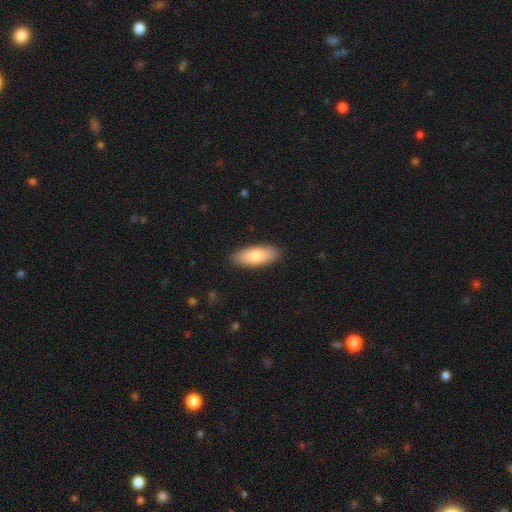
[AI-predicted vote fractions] This appears to be a smooth galaxy with no disk features (82%) that is in between round and cigar-shaped (73%). Merging: none (89%).